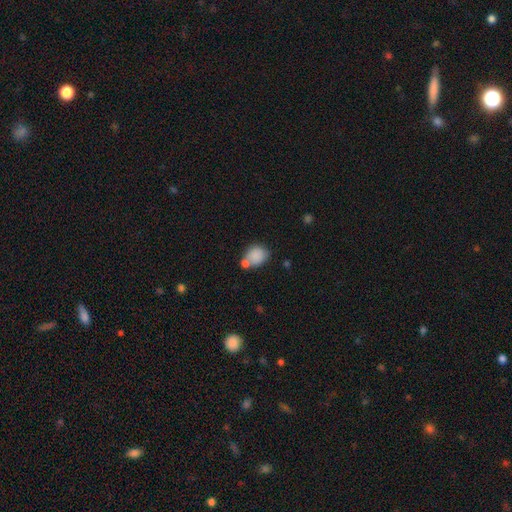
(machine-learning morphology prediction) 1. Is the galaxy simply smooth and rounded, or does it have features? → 84% smooth, 9% star or artifact, 7% featured or disk.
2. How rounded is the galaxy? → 63% round, 36% in between, 1% cigar-shaped.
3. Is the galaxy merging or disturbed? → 50% none, 29% merger, 16% minor disturbance, 6% major disturbance.